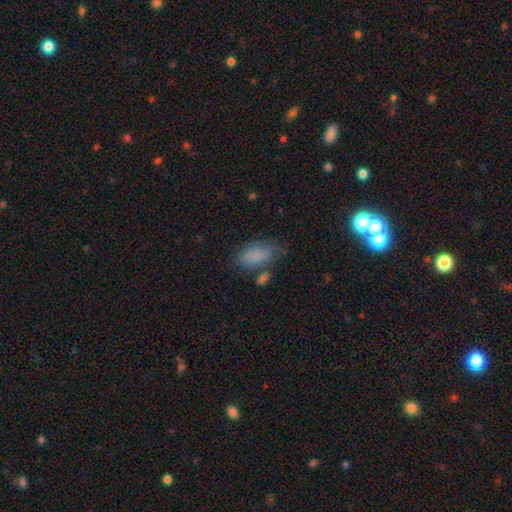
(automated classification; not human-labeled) smooth-or-featured: smooth: 82% | featured or disk: 9% | star or artifact: 9%
  how-rounded: in between: 92% | round: 5% | cigar-shaped: 3%
  merging: none: 52% | minor disturbance: 24% | merger: 12% | major disturbance: 12%